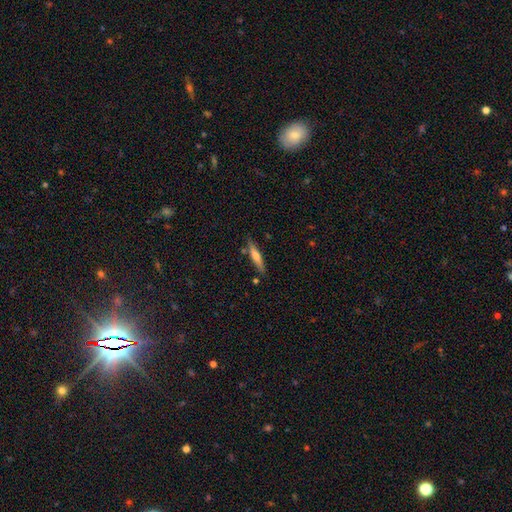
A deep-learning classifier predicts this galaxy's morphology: smooth-or-featured: smooth: 55% | featured or disk: 39% | star or artifact: 6%
  how-rounded: cigar-shaped: 88% | in between: 11% | round: 2%
  merging: none: 81% | minor disturbance: 12% | merger: 4% | major disturbance: 2%